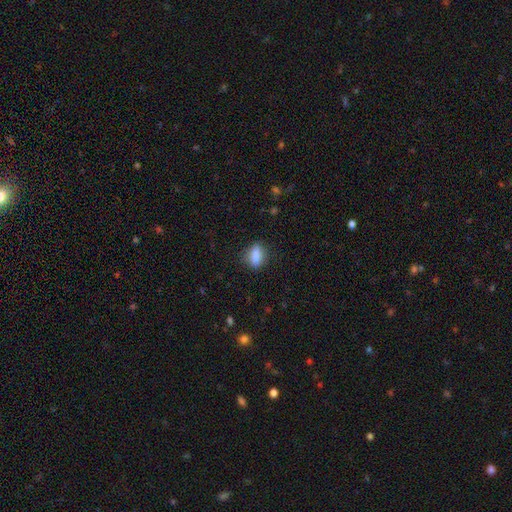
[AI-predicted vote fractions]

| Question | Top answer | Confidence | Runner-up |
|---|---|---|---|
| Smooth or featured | smooth | 84% | featured or disk (8%) |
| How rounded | in between | 73% | cigar-shaped (16%) |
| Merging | none | 80% | minor disturbance (15%) |